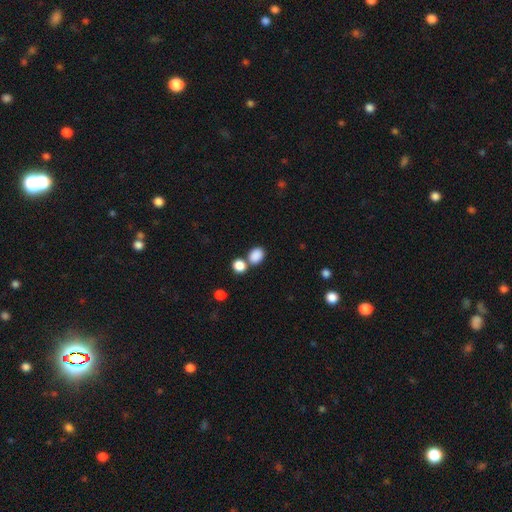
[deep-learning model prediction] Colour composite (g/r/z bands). It shows a smooth galaxy with no disk features (86%) that is in between round and cigar-shaped (62%). Merging: none (60%).